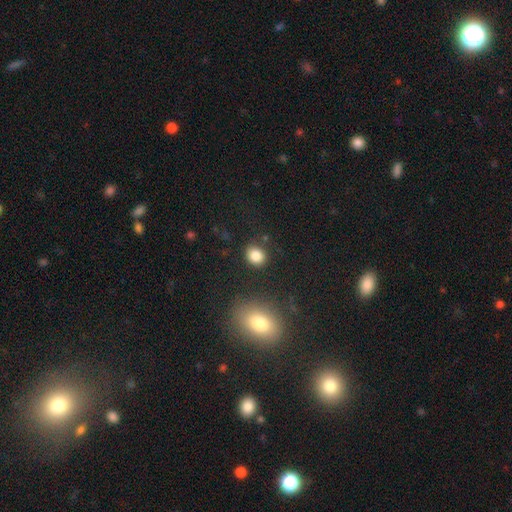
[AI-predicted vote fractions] Smooth or featured?
  - smooth: 84% *
  - star or artifact: 10%
  - featured or disk: 6%
How rounded?
  - round: 67% *
  - in between: 32%
  - cigar-shaped: 1%
Merging?
  - none: 84% *
  - minor disturbance: 9%
  - merger: 3%
  - major disturbance: 3%